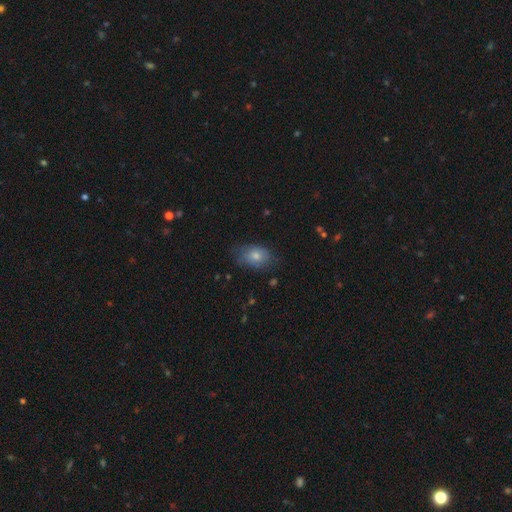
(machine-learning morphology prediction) Q: Smooth or featured?
A: smooth (77%); runner-up: featured or disk (15%)
Q: How rounded?
A: in between (83%); runner-up: round (16%)
Q: Merging?
A: none (62%); runner-up: minor disturbance (28%)